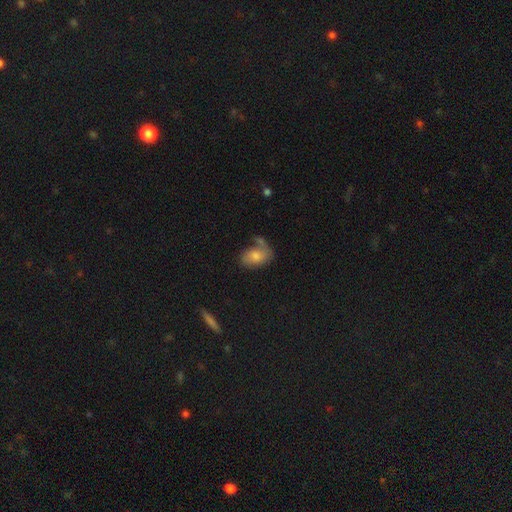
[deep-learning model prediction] Overall: smooth (64%; featured or disk 28%). How rounded: in between (82%). Merging: none (43%; minor disturbance 21%).